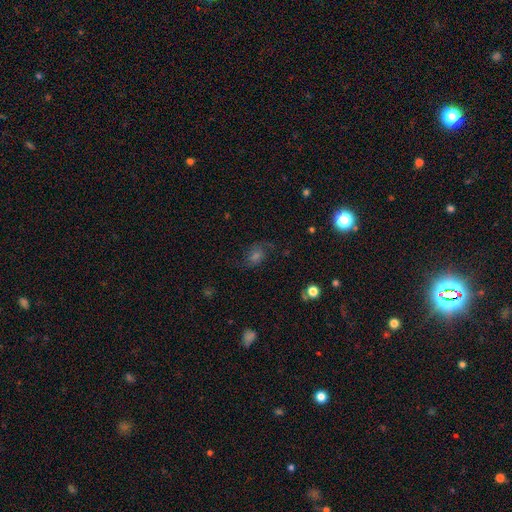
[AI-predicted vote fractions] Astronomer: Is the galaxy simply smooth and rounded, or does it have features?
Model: featured or disk — 44% (runner-up: smooth, 29%).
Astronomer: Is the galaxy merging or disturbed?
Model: none — 68%.